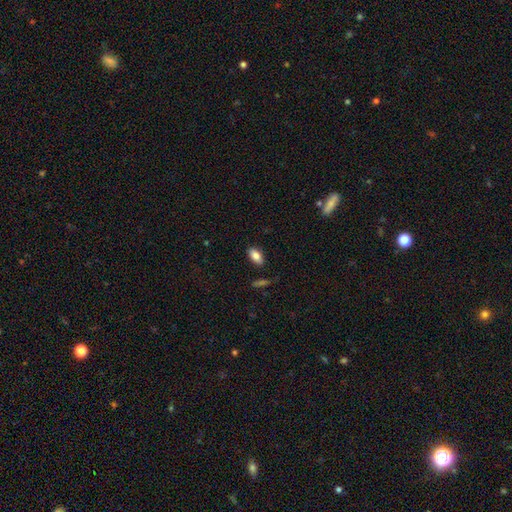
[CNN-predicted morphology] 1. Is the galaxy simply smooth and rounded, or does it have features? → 84% smooth, 9% featured or disk, 7% star or artifact.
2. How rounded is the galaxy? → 91% in between, 5% cigar-shaped, 3% round.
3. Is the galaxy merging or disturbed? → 86% none, 10% minor disturbance, 2% major disturbance, 2% merger.